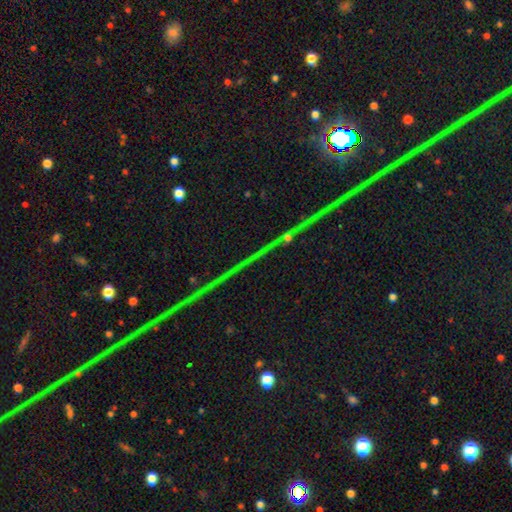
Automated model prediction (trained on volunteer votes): Morphology: type=star or artifact (85%).